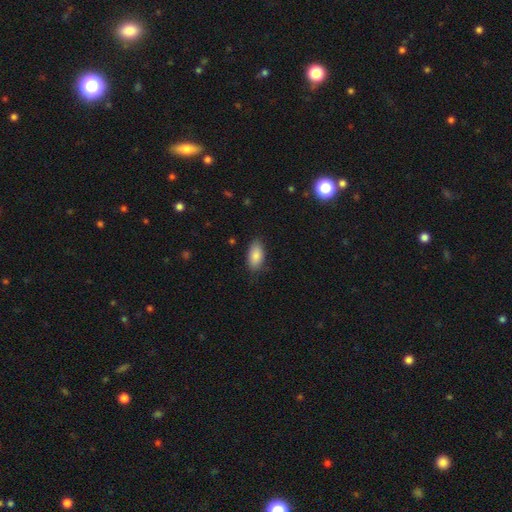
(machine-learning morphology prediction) smooth 86%, featured or disk 7%, star or artifact 7%. Down the decision tree: how rounded — in between (92%); merging — none (80%).